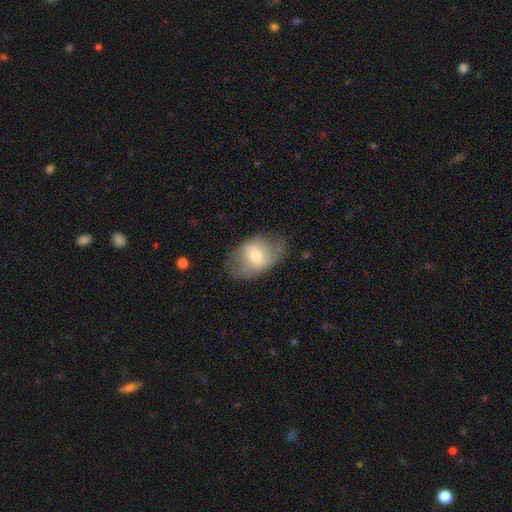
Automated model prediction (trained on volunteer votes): smooth_or_featured: smooth (p=0.53) [alt: featured or disk p=0.40]
how_rounded: in between (p=0.81) [alt: round p=0.18]
merging: none (p=0.63) [alt: minor disturbance p=0.25]